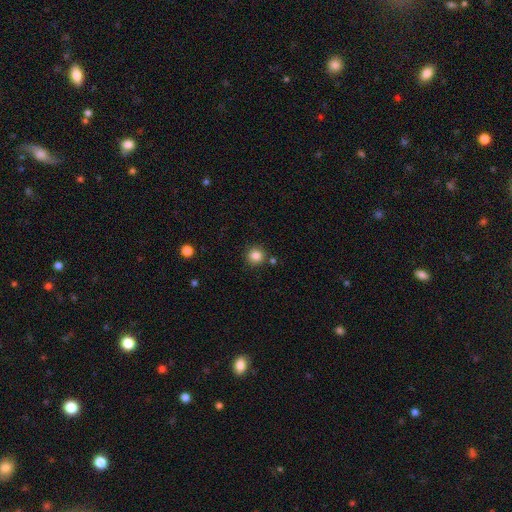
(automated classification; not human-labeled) smooth_or_featured: smooth (p=0.84) [alt: star or artifact p=0.11]
how_rounded: round (p=0.93) [alt: in between p=0.06]
merging: none (p=0.85) [alt: minor disturbance p=0.07]